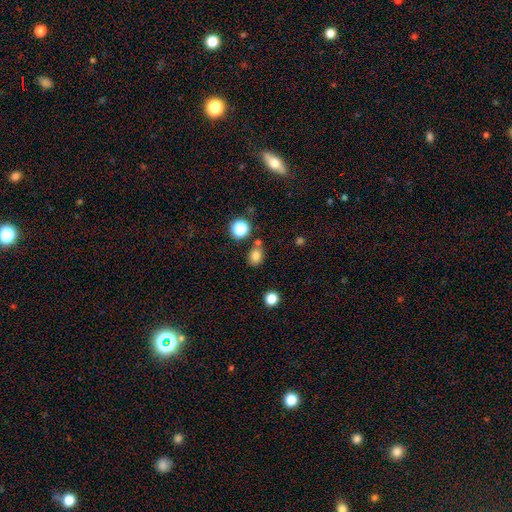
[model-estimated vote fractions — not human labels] Smooth or featured? Predicted: smooth (p=0.79). How rounded? Predicted: round (p=0.60). Merging? Predicted: none (p=0.74).